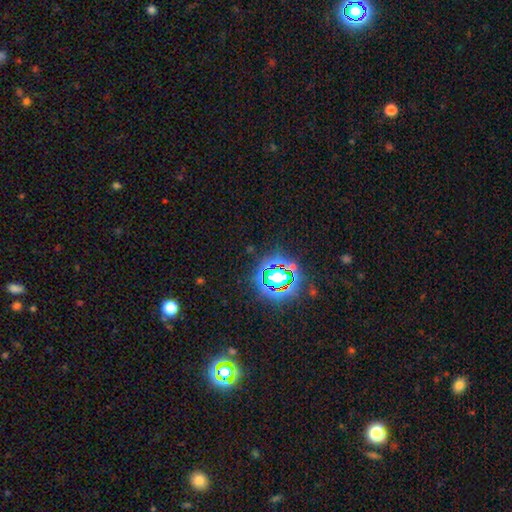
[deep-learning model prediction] Smooth or featured? star or artifact (79%)